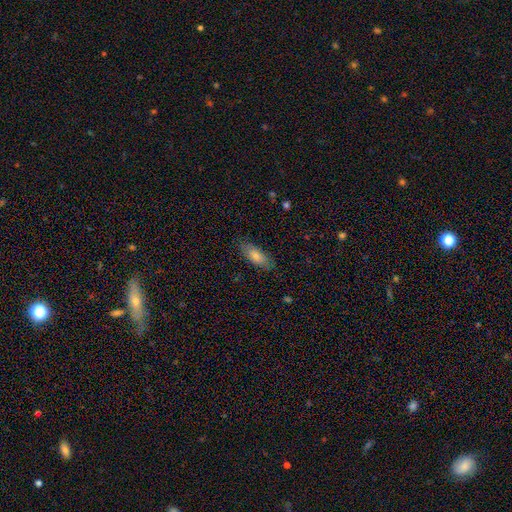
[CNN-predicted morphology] smooth-or-featured: smooth: 73% | featured or disk: 19% | star or artifact: 8%
  how-rounded: in between: 69% | cigar-shaped: 28% | round: 2%
  merging: none: 83% | minor disturbance: 14% | major disturbance: 3% | merger: 1%